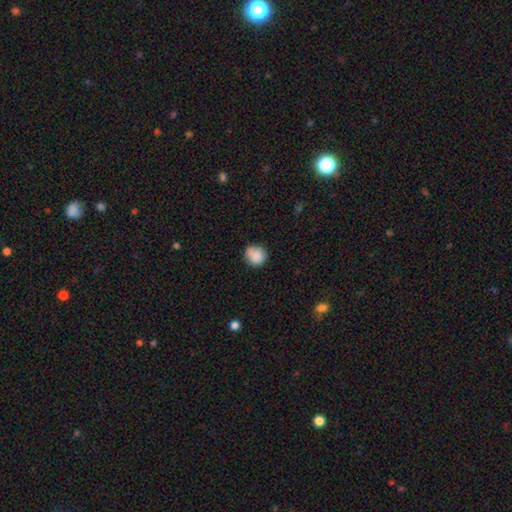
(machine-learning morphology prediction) Smooth or featured?
  - smooth: 87% *
  - star or artifact: 8%
  - featured or disk: 5%
How rounded?
  - round: 84% *
  - in between: 15%
  - cigar-shaped: 1%
Merging?
  - none: 75% *
  - minor disturbance: 19%
  - major disturbance: 3%
  - merger: 3%